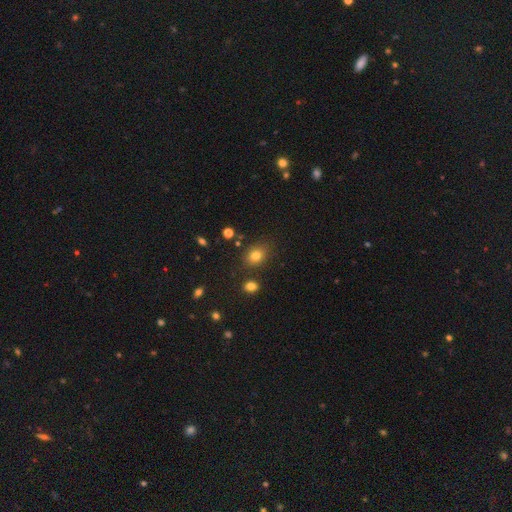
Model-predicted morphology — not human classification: Smooth or featured? smooth (80%)
How rounded? in between (54%)
Merging? none (78%)